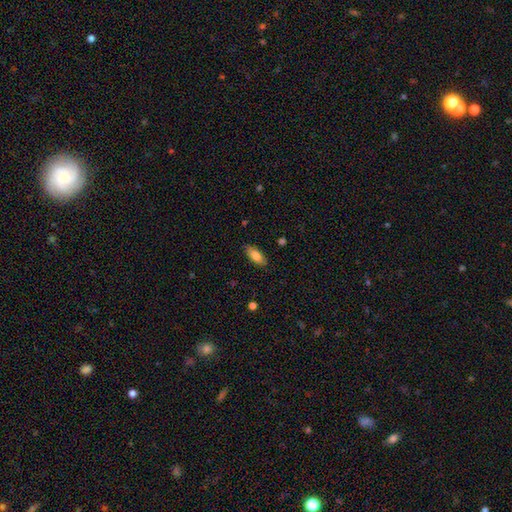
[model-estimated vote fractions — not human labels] Overall: smooth (83%). How rounded: in between (83%). Merging: none (85%).